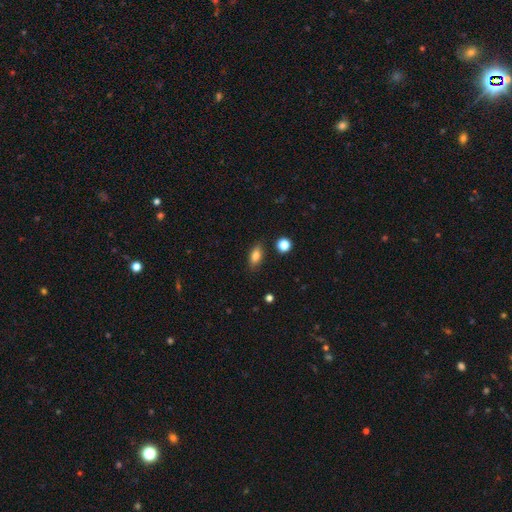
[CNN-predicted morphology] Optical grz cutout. It shows a smooth galaxy with no disk features (80%) that is in between round and cigar-shaped (83%). Merging: none (84%).